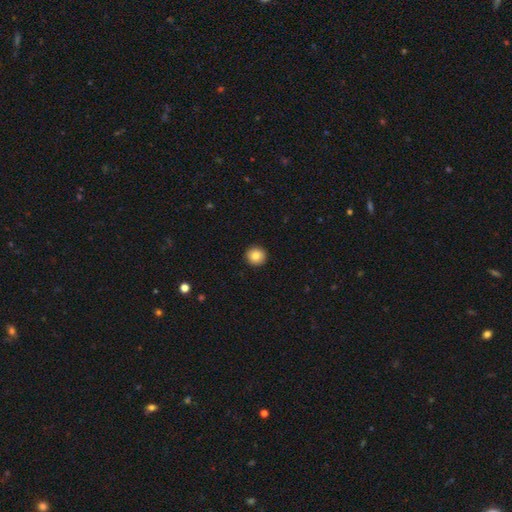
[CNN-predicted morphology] smooth-or-featured: smooth: 83% | star or artifact: 9% | featured or disk: 8%
  how-rounded: round: 92% | in between: 7% | cigar-shaped: 1%
  merging: none: 93% | minor disturbance: 5% | major disturbance: 1% | merger: 1%